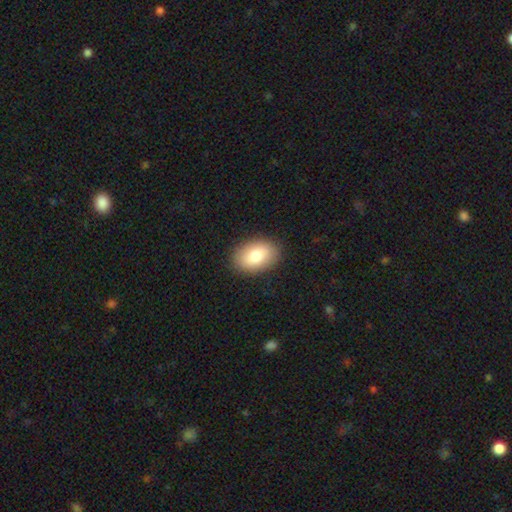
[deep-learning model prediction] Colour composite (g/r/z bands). It shows a smooth galaxy with no disk features (80%) that is in between round and cigar-shaped (88%). Merging: none (89%).